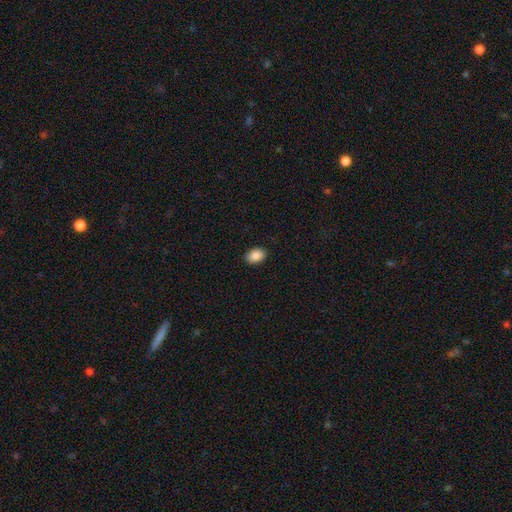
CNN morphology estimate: Q: Smooth or featured?
A: smooth (89%); runner-up: star or artifact (8%)
Q: How rounded?
A: in between (87%); runner-up: round (12%)
Q: Merging?
A: none (89%); runner-up: minor disturbance (8%)